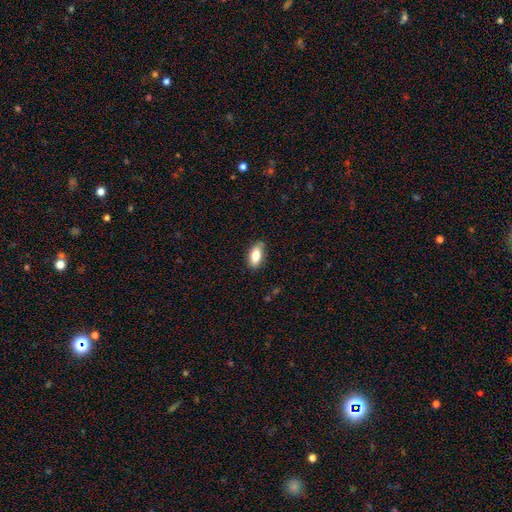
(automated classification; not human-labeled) smooth-or-featured: smooth: 81% | featured or disk: 12% | star or artifact: 7%
  how-rounded: in between: 90% | cigar-shaped: 6% | round: 4%
  merging: none: 80% | minor disturbance: 16% | major disturbance: 3% | merger: 1%